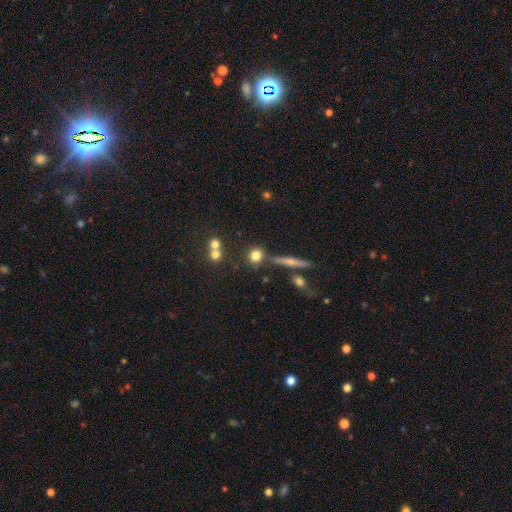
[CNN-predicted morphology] Overall: smooth (76%). How rounded: round (84%). Merging: none (69%).